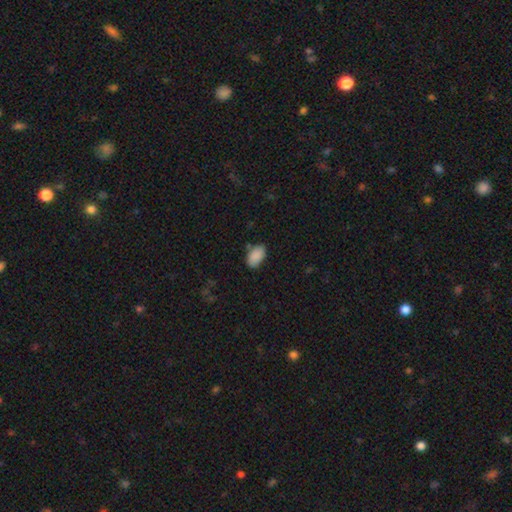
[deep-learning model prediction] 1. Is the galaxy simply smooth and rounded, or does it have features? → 89% smooth, 7% star or artifact, 4% featured or disk.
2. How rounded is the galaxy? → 94% in between, 4% round, 2% cigar-shaped.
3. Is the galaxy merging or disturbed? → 77% none, 16% minor disturbance, 3% major disturbance, 3% merger.